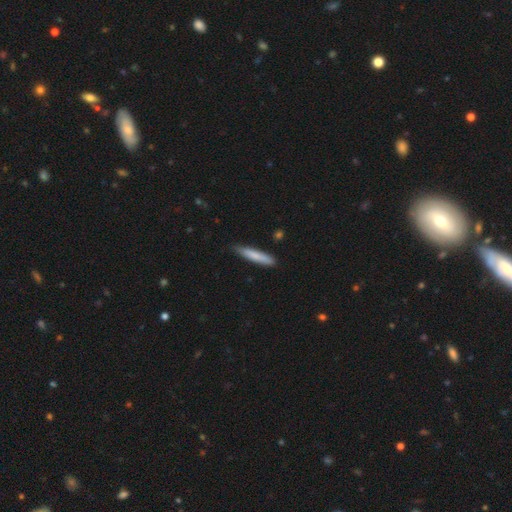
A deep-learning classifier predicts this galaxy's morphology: Smooth or featured? Predicted: smooth (p=0.79). How rounded? Predicted: cigar-shaped (p=0.92). Merging? Predicted: none (p=0.83).